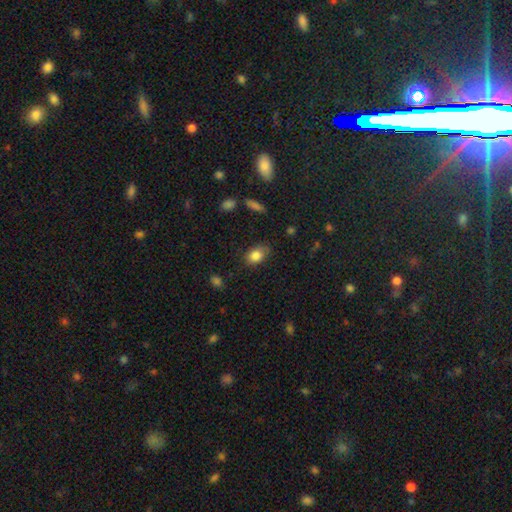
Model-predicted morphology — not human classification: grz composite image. It shows a smooth galaxy with no disk features (84%) that is in between round and cigar-shaped (74%). Merging: none (75%).